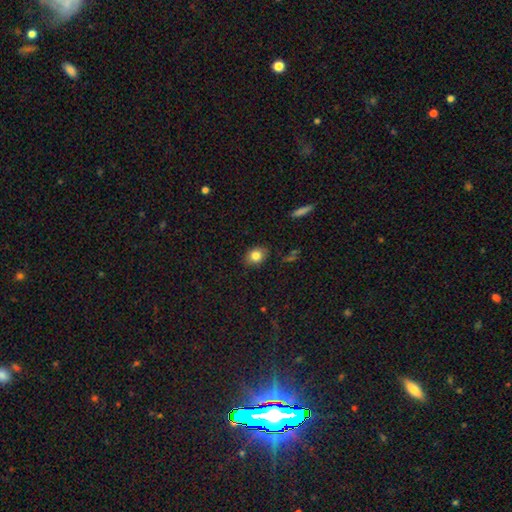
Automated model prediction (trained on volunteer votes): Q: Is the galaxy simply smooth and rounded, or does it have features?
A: smooth — 81%.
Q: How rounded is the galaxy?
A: in between — 54%.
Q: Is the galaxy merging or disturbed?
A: none — 86%.